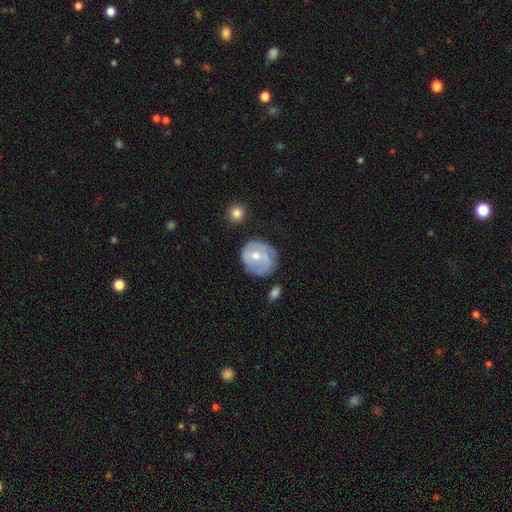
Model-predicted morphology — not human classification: smooth_or_featured: featured or disk (p=0.57) [alt: smooth p=0.37]
disk_edge_on: no (p=0.97) [alt: yes p=0.03]
bar: no (p=0.61) [alt: weak p=0.32]
has_spiral_arms: yes (p=0.70) [alt: no p=0.30]
bulge_size: moderate (p=0.59) [alt: small p=0.37]
merging: none (p=0.63) [alt: minor disturbance p=0.25]